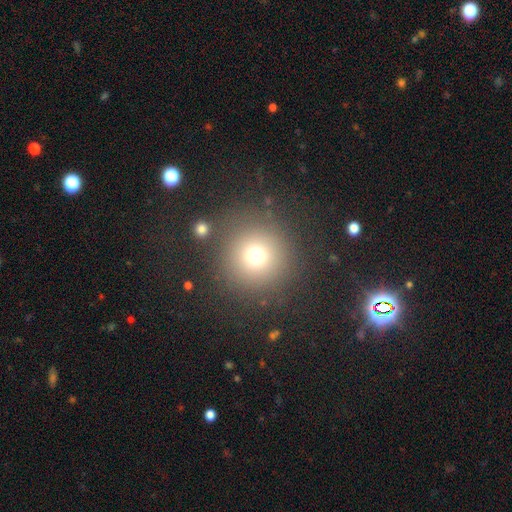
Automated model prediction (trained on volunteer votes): A smooth galaxy with no disk features (72%) that is round (94%).

Vote fractions:
- Smooth or featured? smooth: 72% / star or artifact: 18% / featured or disk: 10%
- How rounded? round: 94% / in between: 5% / cigar-shaped: 1%
- Merging? none: 83% / minor disturbance: 8% / major disturbance: 5% / merger: 4%